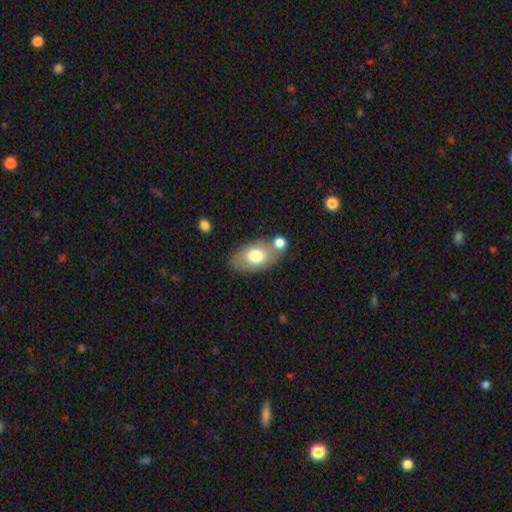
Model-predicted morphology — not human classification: Q: Smooth or featured?
A: smooth (72%); runner-up: featured or disk (21%)
Q: How rounded?
A: in between (89%); runner-up: round (9%)
Q: Merging?
A: none (61%); runner-up: merger (19%)